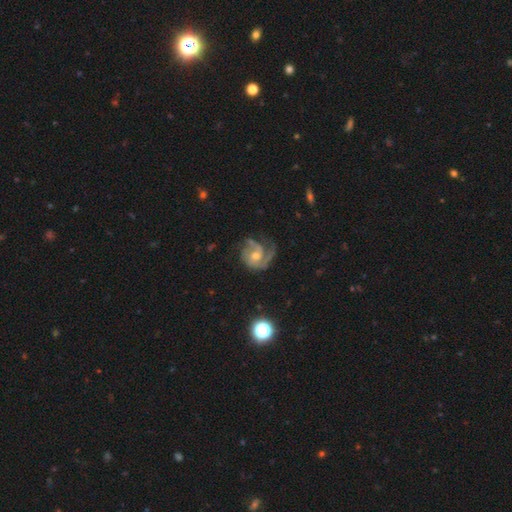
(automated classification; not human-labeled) This appears to be a featured or disk galaxy (81%) with no bar (68%), 2 (34%) medium (43%) spiral arms (93%) and a moderate central bulge (61%). Merging: none (52%).